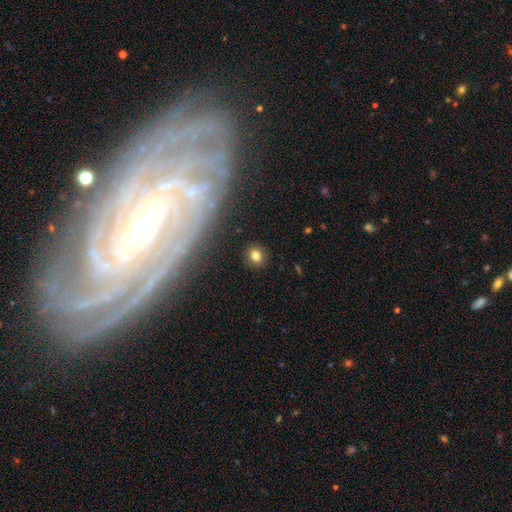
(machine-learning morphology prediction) type=smooth (80%); roundness=round (76%); merging=none (89%).